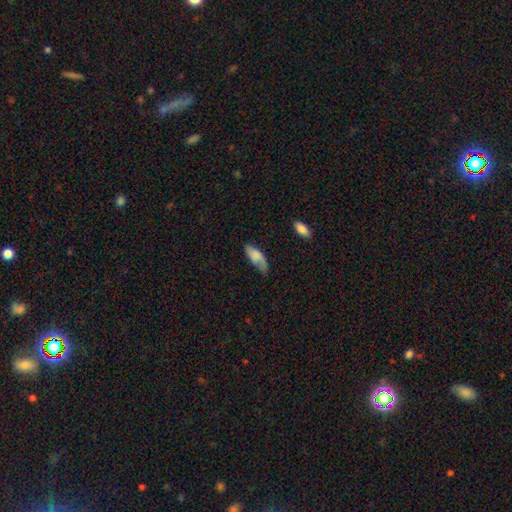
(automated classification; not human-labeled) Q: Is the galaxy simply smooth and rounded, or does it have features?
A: smooth — 70%.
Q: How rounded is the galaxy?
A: in between — 83%.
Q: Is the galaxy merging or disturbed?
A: none — 47%.